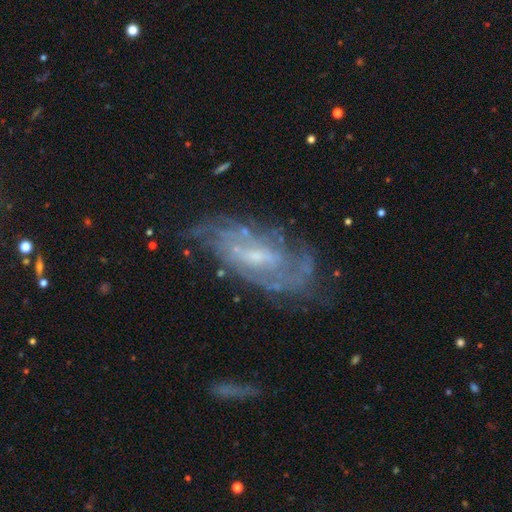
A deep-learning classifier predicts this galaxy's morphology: Smooth or featured? featured or disk (81%)
Edge-on disk? no (92%)
Bar? weak (50%)
Spiral arms? yes (85%)
Spiral winding? tight (52%)
Spiral arm count? can't tell (48%)
Bulge size? small (61%)
Merging? none (65%)